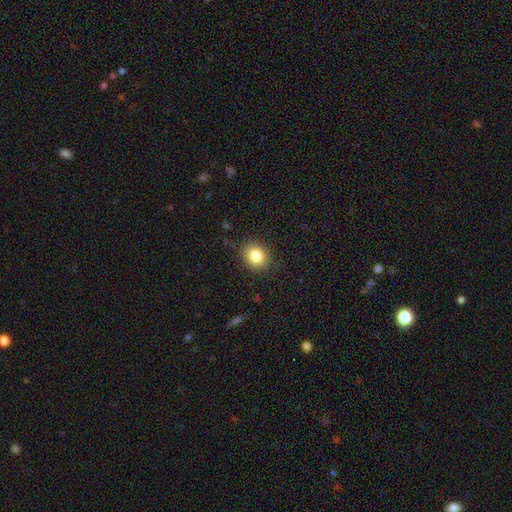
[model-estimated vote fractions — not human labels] smooth-or-featured: smooth: 83% | star or artifact: 10% | featured or disk: 7%
  how-rounded: round: 68% | in between: 31% | cigar-shaped: 1%
  merging: none: 88% | minor disturbance: 9% | major disturbance: 3% | merger: 1%